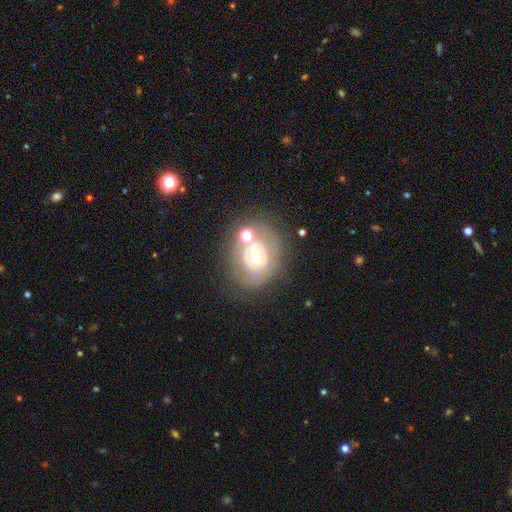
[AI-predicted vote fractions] A featured or disk galaxy (55%) with no bar (88%), no spiral arms (77%) and a moderate central bulge (67%).

Vote fractions:
- Smooth or featured? featured or disk: 55% / smooth: 34% / star or artifact: 11%
- Edge-on disk? no: 95% / yes: 5%
- Bar? no: 88% / weak: 9% / strong: 3%
- Spiral arms? no: 77% / yes: 23%
- Bulge size? moderate: 67% / small: 22% / large: 8% / dominant: 2% / none: 1%
- Merging? none: 62% / minor disturbance: 16% / merger: 13% / major disturbance: 9%